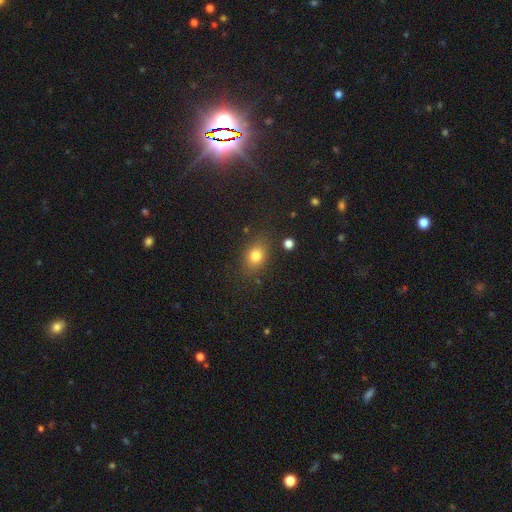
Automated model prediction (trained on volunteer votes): smooth 79%, star or artifact 13%, featured or disk 9%. Down the decision tree: how rounded — in between (60%); merging — none (80%).